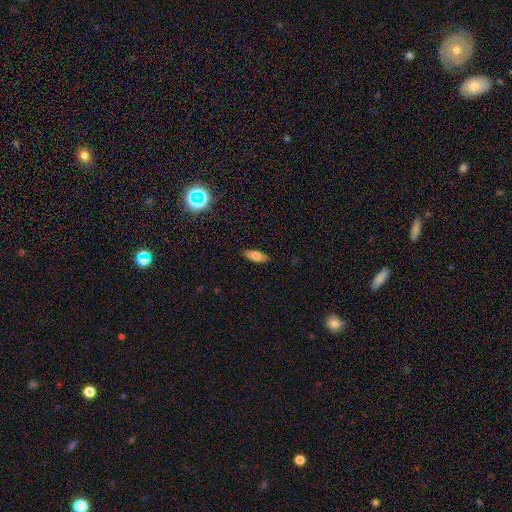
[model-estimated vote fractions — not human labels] A smooth galaxy with no disk features (76%) that is in between round and cigar-shaped (76%).

Vote fractions:
- Smooth or featured? smooth: 76% / featured or disk: 15% / star or artifact: 8%
- How rounded? in between: 76% / cigar-shaped: 22% / round: 3%
- Merging? none: 88% / minor disturbance: 9% / major disturbance: 2% / merger: 1%